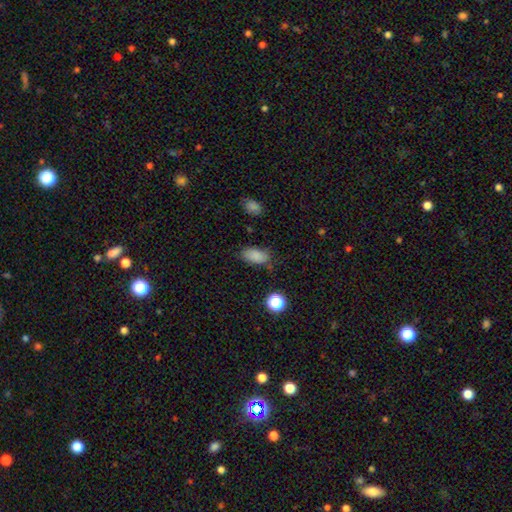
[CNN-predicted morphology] A smooth galaxy with no disk features (83%) that is in between round and cigar-shaped (91%). Merging: none (71%).